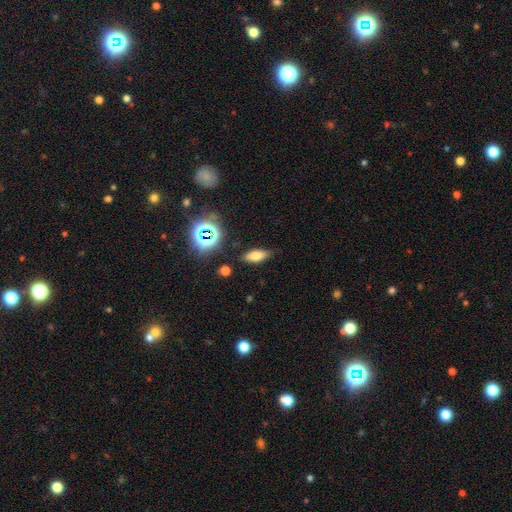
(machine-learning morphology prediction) A smooth galaxy with no disk features (64%) that is in between round and cigar-shaped (73%).

Vote fractions:
- Smooth or featured? smooth: 64% / featured or disk: 21% / star or artifact: 16%
- How rounded? in between: 73% / cigar-shaped: 21% / round: 6%
- Merging? none: 82% / minor disturbance: 13% / major disturbance: 3% / merger: 2%